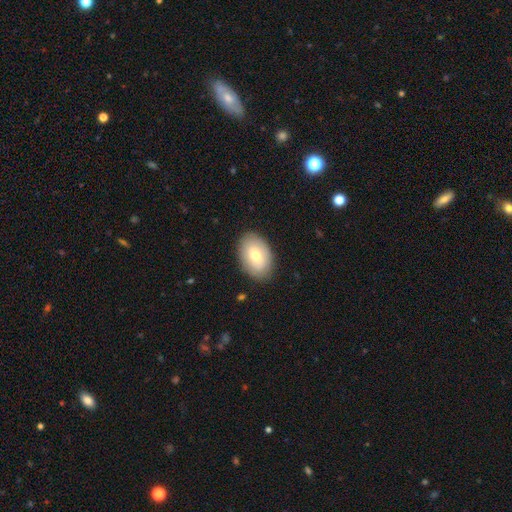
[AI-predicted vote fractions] A smooth galaxy with no disk features (67%) that is in between round and cigar-shaped (87%). Merging: none (86%).